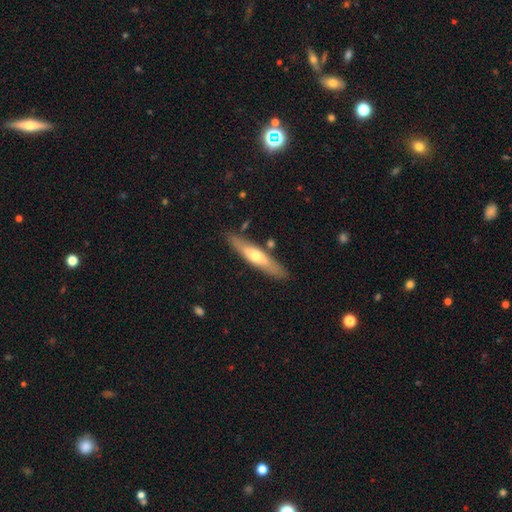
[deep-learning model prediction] Smooth or featured?
  - featured or disk: 47% * (tied)
  - smooth: 47% * (tied)
  - star or artifact: 5%
Merging?
  - none: 83% *
  - minor disturbance: 11%
  - merger: 4%
  - major disturbance: 2%